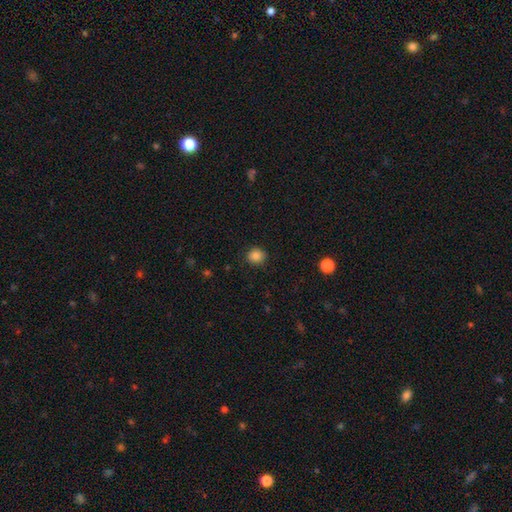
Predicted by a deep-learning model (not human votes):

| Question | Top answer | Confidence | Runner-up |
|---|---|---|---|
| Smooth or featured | smooth | 85% | star or artifact (11%) |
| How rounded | round | 83% | in between (16%) |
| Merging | none | 88% | minor disturbance (9%) |